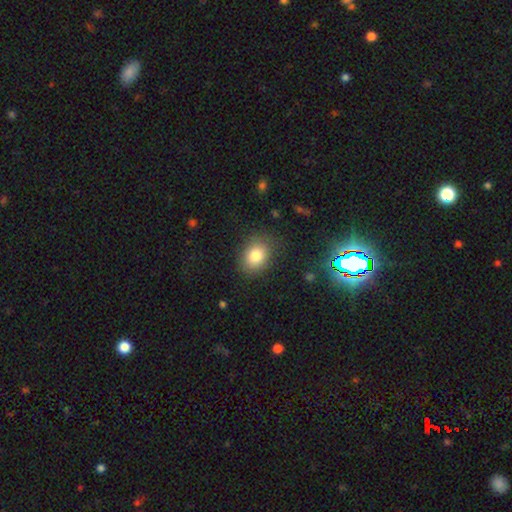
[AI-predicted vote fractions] Smooth or featured: smooth — 81% (star or artifact — 10%)
How rounded: in between — 53% (round — 46%)
Merging: none — 80% (minor disturbance — 14%)